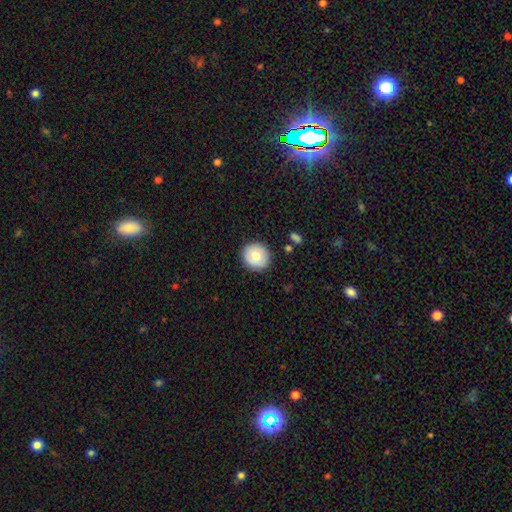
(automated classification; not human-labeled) A smooth galaxy with no disk features (76%) that is round (91%).

Vote fractions:
- Smooth or featured? smooth: 76% / featured or disk: 16% / star or artifact: 8%
- How rounded? round: 91% / in between: 8% / cigar-shaped: 1%
- Merging? none: 89% / minor disturbance: 7% / major disturbance: 2% / merger: 2%